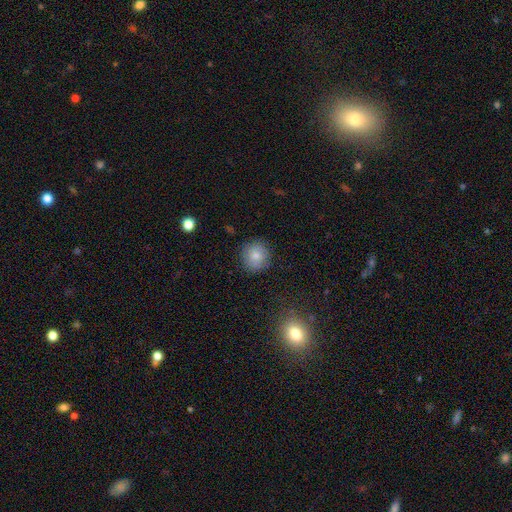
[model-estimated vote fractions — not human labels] smooth_or_featured: smooth (p=0.79) [alt: featured or disk p=0.12]
how_rounded: round (p=0.88) [alt: in between p=0.11]
merging: none (p=0.85) [alt: minor disturbance p=0.11]